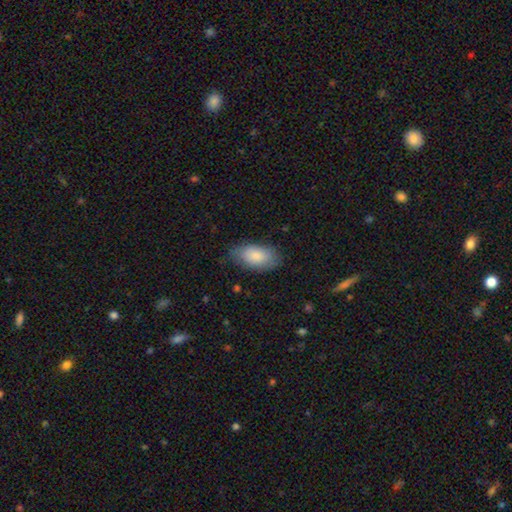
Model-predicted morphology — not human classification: type=smooth (84%); roundness=in between (94%); merging=none (74%).